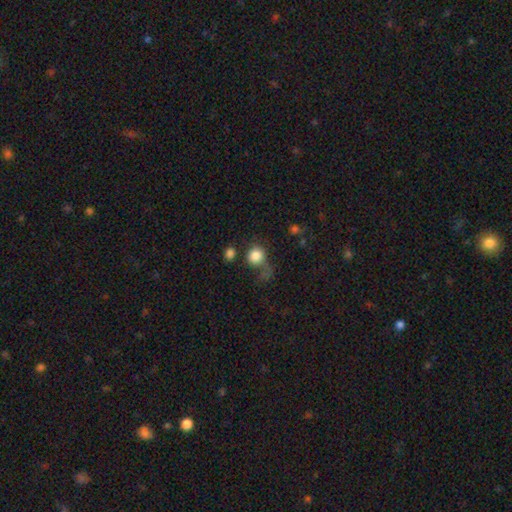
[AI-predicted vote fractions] A smooth galaxy with no disk features (83%) that is round (82%). Merging: none (44%).